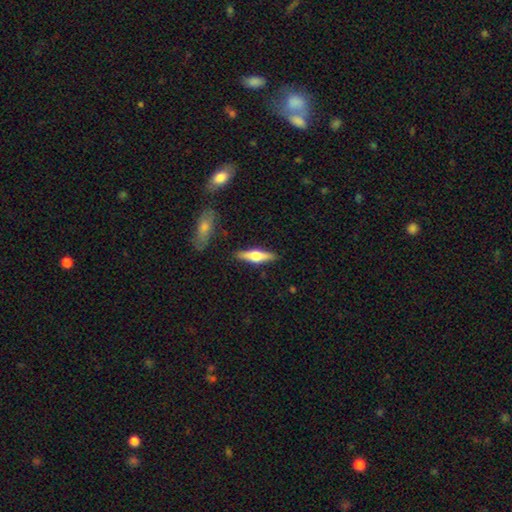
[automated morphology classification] Q: Smooth or featured?
A: featured or disk (54%); runner-up: smooth (41%)
Q: Edge-on disk?
A: yes (94%); runner-up: no (6%)
Q: Edge-on bulge?
A: rounded (94%); runner-up: boxy (4%)
Q: Merging?
A: none (87%); runner-up: minor disturbance (8%)